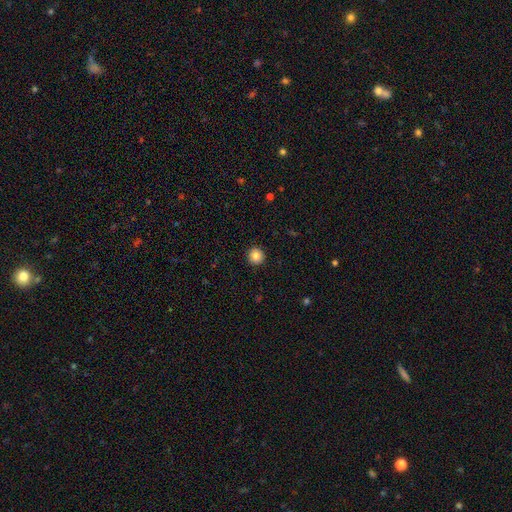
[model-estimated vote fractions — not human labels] Smooth or featured?
  - smooth: 85% *
  - star or artifact: 9%
  - featured or disk: 6%
How rounded?
  - round: 95% *
  - in between: 4%
  - cigar-shaped: 1%
Merging?
  - none: 93% *
  - minor disturbance: 5%
  - major disturbance: 2%
  - merger: 1%